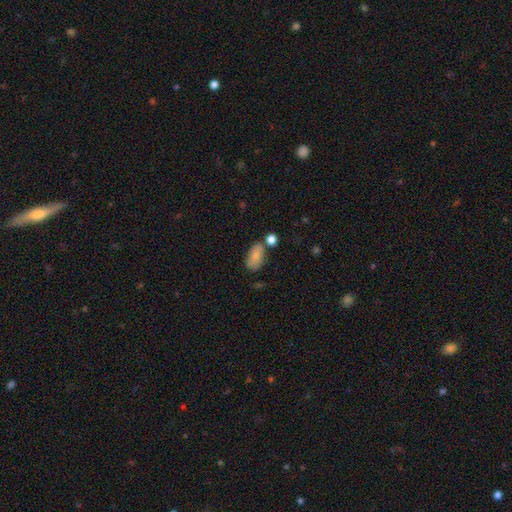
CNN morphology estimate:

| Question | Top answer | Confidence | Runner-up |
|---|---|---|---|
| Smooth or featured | smooth | 80% | featured or disk (12%) |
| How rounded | in between | 92% | round (6%) |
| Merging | none | 59% | minor disturbance (20%) |